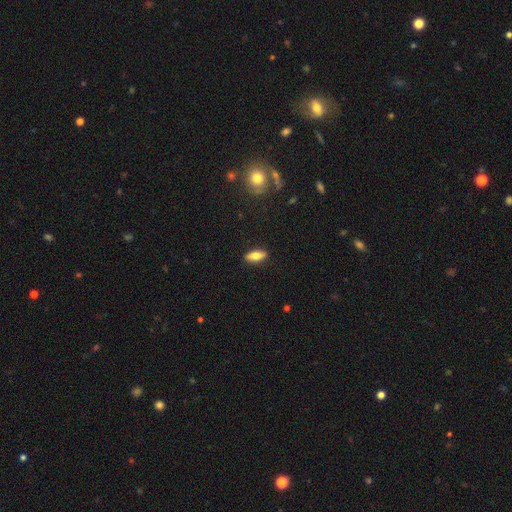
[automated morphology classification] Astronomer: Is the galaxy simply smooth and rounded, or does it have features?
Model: smooth — 68%.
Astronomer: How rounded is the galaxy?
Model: in between — 73%.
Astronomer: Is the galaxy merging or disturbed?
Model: none — 89%.